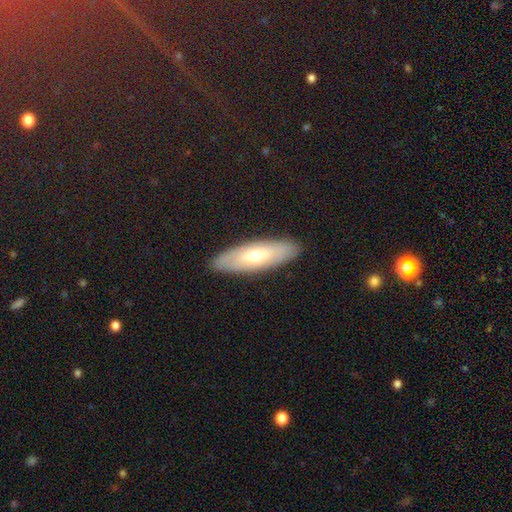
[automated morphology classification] Overall: smooth (49%; featured or disk 43%). Merging: none (89%).